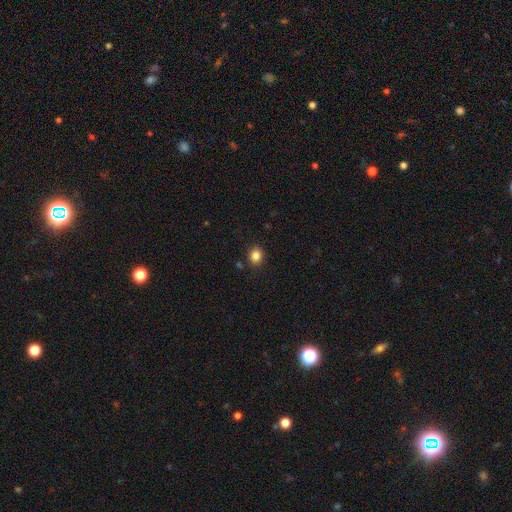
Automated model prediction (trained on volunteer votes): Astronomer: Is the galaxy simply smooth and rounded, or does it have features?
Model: smooth — 85%.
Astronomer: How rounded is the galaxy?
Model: round — 68%.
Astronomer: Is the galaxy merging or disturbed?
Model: none — 87%.